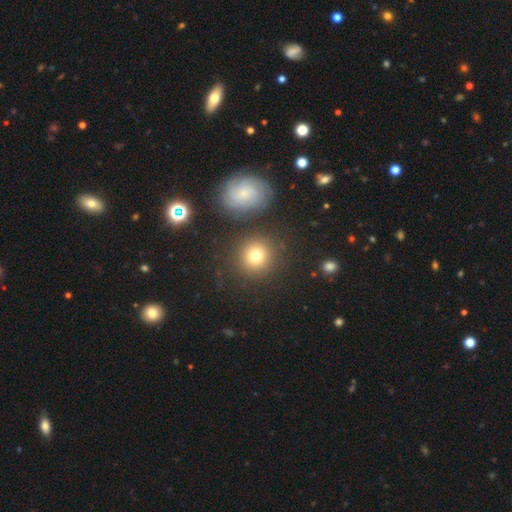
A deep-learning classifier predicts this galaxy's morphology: smooth 76%, star or artifact 12%, featured or disk 12%. Down the decision tree: how rounded — round (90%); merging — none (83%).